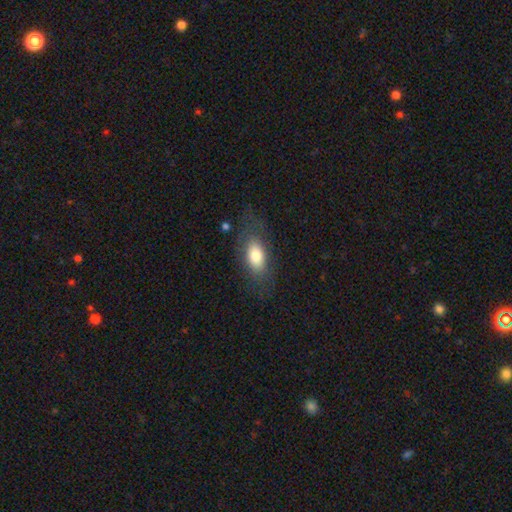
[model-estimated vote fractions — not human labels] Overall: smooth (74%). How rounded: in between (88%). Merging: none (71%).